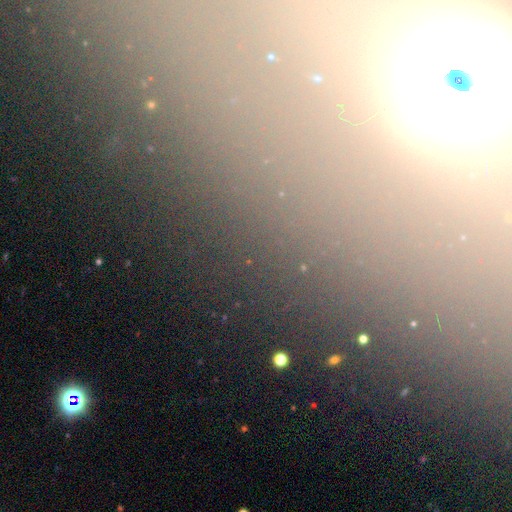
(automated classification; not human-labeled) Q: Smooth or featured?
A: star or artifact (61%); runner-up: featured or disk (20%)